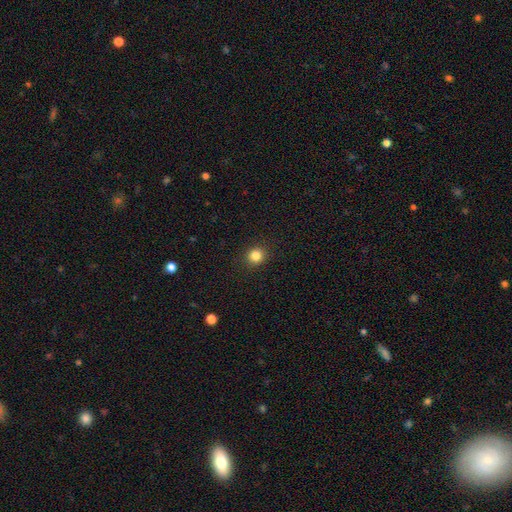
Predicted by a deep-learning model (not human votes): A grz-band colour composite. It shows a smooth galaxy with no disk features (84%) that is round (88%). Merging: none (91%).